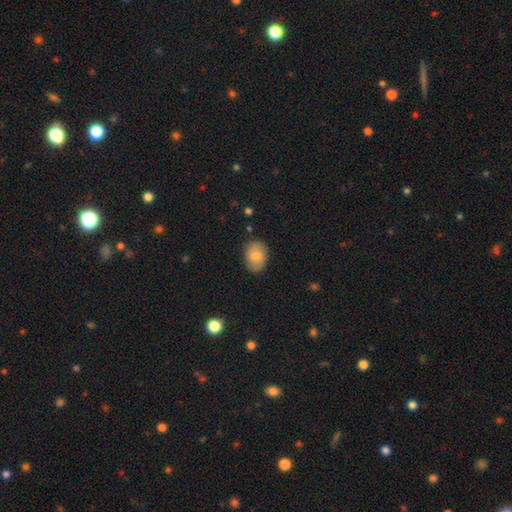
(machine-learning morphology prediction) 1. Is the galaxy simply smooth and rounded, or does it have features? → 78% smooth, 14% featured or disk, 7% star or artifact.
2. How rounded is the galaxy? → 73% in between, 26% round, 1% cigar-shaped.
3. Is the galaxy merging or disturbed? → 82% none, 13% minor disturbance, 3% major disturbance, 1% merger.